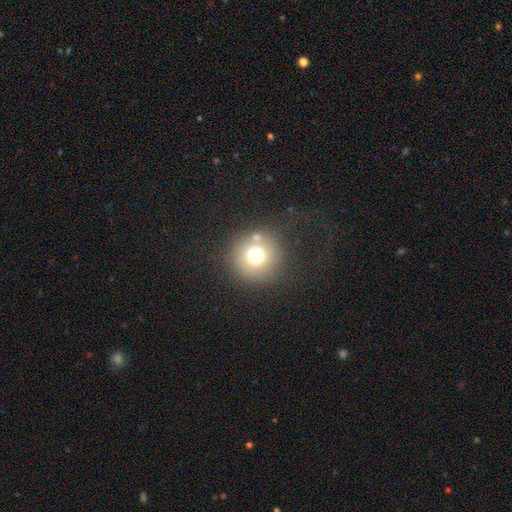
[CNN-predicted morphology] Overall: smooth (72%). How rounded: round (95%). Merging: none (75%).